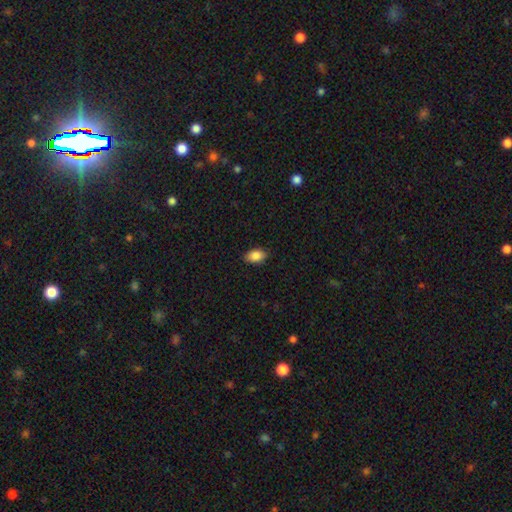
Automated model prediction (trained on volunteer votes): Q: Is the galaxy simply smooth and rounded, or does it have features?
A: smooth — 88%.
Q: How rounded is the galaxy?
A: in between — 91%.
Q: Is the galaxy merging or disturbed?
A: none — 88%.